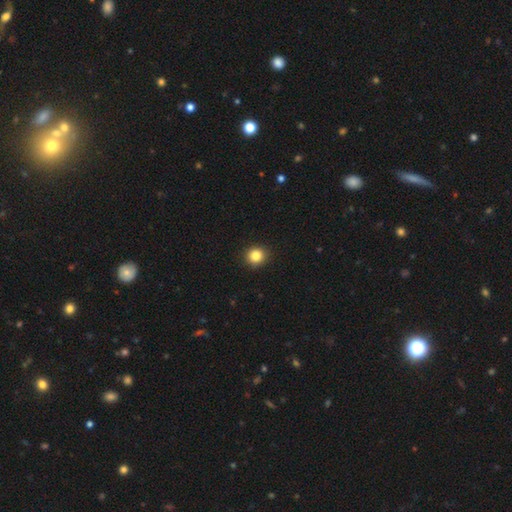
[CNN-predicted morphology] Smooth or featured: smooth — 84% (star or artifact — 11%)
How rounded: round — 89% (in between — 10%)
Merging: none — 92% (minor disturbance — 5%)